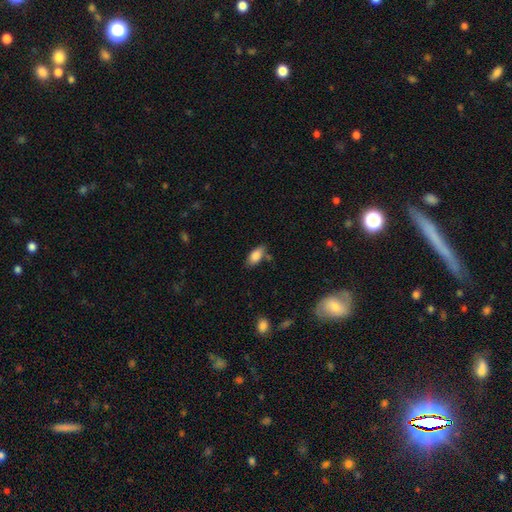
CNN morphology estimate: The model was most divided on "merging": none: 73%, minor disturbance: 18%, merger: 5%, major disturbance: 4%. More confident: how rounded — in between (90%); smooth or featured — smooth (86%).